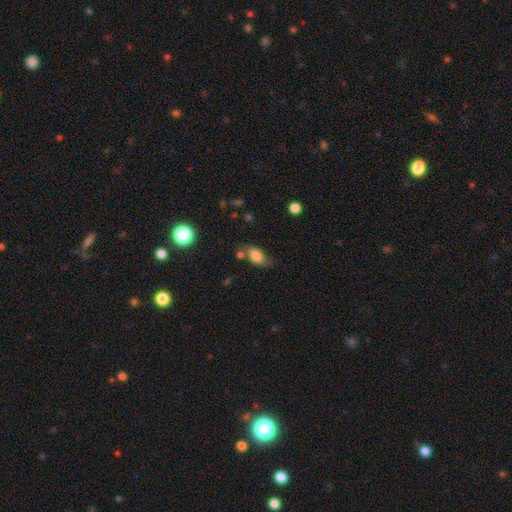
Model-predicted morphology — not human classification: type=smooth (77%); roundness=in between (88%); merging=none (60%).